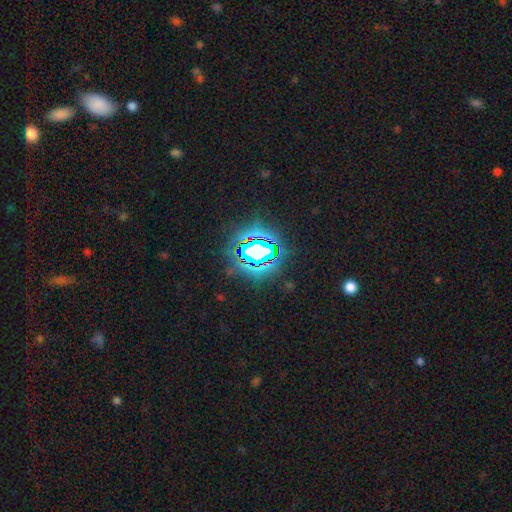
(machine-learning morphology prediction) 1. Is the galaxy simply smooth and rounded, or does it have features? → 78% star or artifact, 13% smooth, 9% featured or disk.